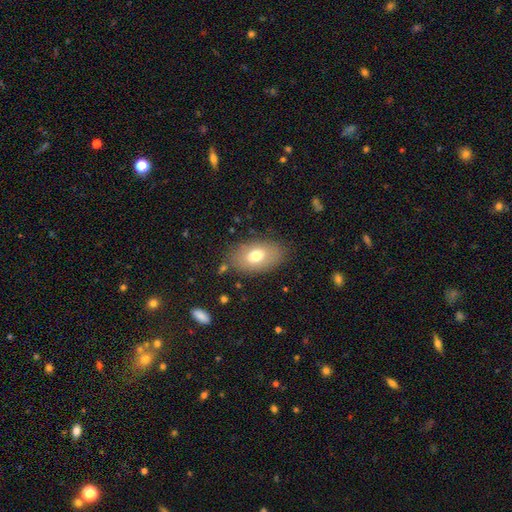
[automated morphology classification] type=smooth (71%); roundness=in between (90%); merging=none (80%).